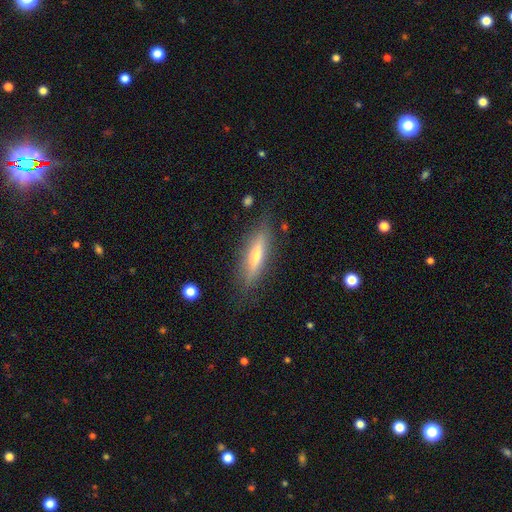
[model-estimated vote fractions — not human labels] Smooth or featured: featured or disk — 51% (smooth — 42%)
Edge-on disk: yes — 88% (no — 12%)
Merging: none — 81% (minor disturbance — 14%)